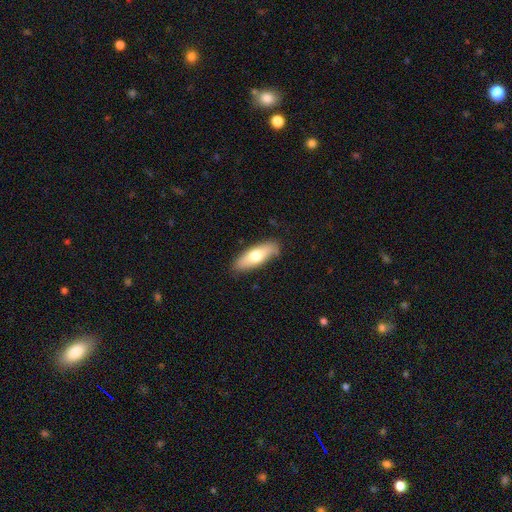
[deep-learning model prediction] Smooth or featured?
  - smooth: 67% *
  - featured or disk: 28%
  - star or artifact: 6%
How rounded?
  - in between: 62% *
  - cigar-shaped: 36%
  - round: 2%
Merging?
  - none: 83% *
  - minor disturbance: 13%
  - major disturbance: 2%
  - merger: 1%